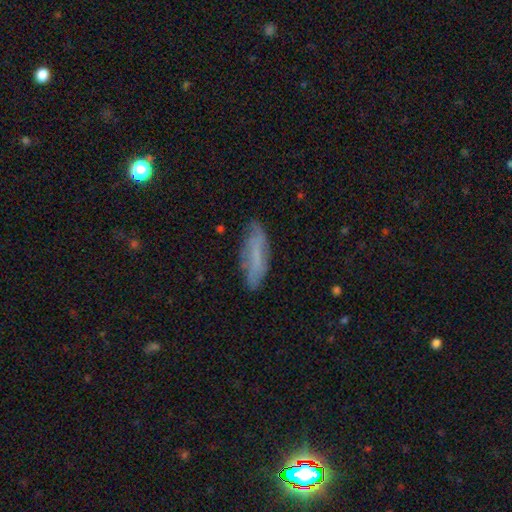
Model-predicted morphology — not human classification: type=smooth (57%); roundness=cigar-shaped (54%); merging=none (76%).